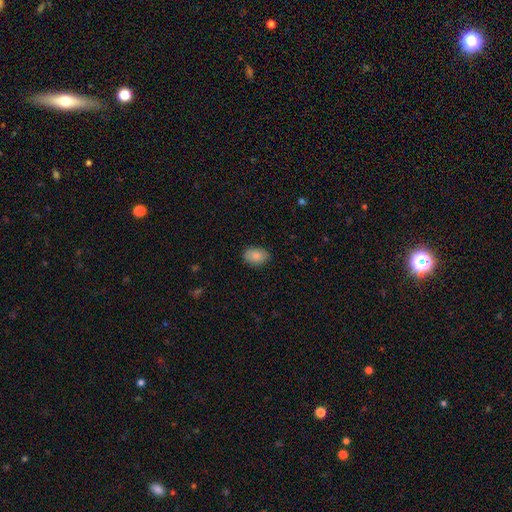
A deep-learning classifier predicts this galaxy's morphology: smooth-or-featured: smooth: 86% | star or artifact: 7% | featured or disk: 6%
  how-rounded: in between: 82% | round: 17% | cigar-shaped: 1%
  merging: none: 86% | minor disturbance: 10% | major disturbance: 2% | merger: 1%